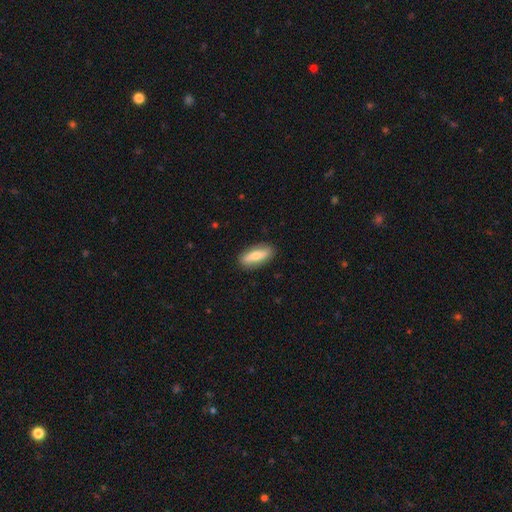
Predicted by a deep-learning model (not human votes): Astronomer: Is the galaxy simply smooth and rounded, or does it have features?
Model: smooth — 67%.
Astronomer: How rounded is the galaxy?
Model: in between — 65%.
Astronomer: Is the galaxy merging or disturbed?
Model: none — 86%.